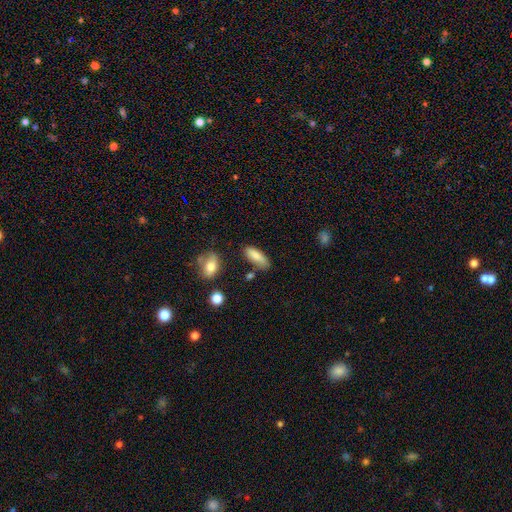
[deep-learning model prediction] Smooth or featured: smooth — 84% (featured or disk — 9%)
How rounded: in between — 66% (cigar-shaped — 31%)
Merging: none — 65% (minor disturbance — 22%)